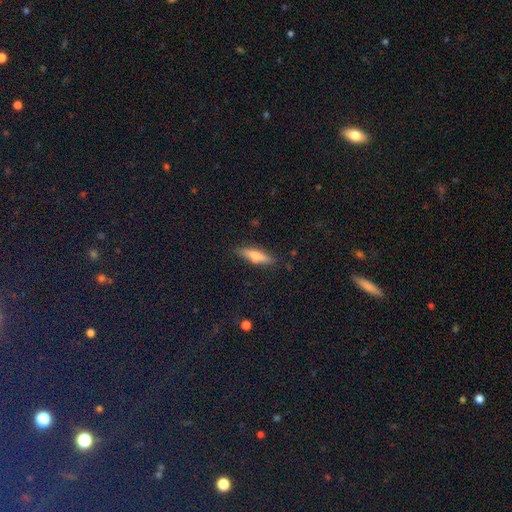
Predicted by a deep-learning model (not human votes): Overall: smooth (64%; featured or disk 27%). How rounded: cigar-shaped (72%). Merging: none (85%).